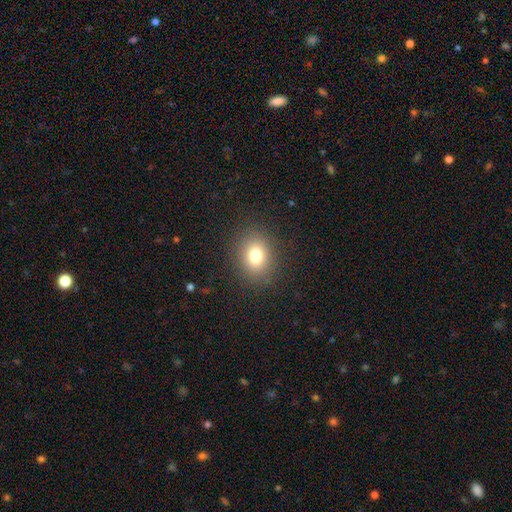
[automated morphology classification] A smooth galaxy with no disk features (77%) that is round (58%). Merging: none (87%).